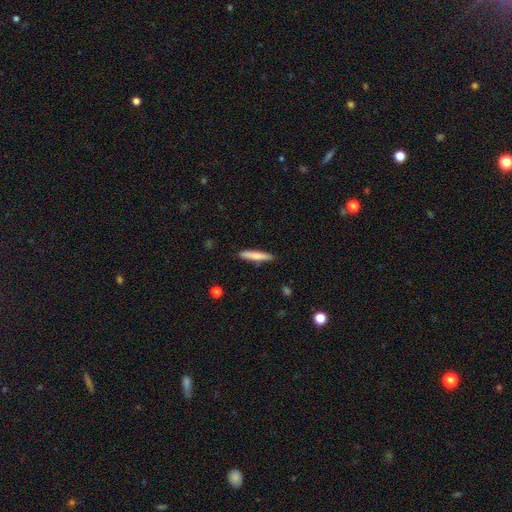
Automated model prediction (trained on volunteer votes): smooth-or-featured: smooth: 75% | featured or disk: 20% | star or artifact: 6%
  how-rounded: cigar-shaped: 91% | in between: 7% | round: 1%
  merging: none: 89% | minor disturbance: 8% | major disturbance: 2% | merger: 1%